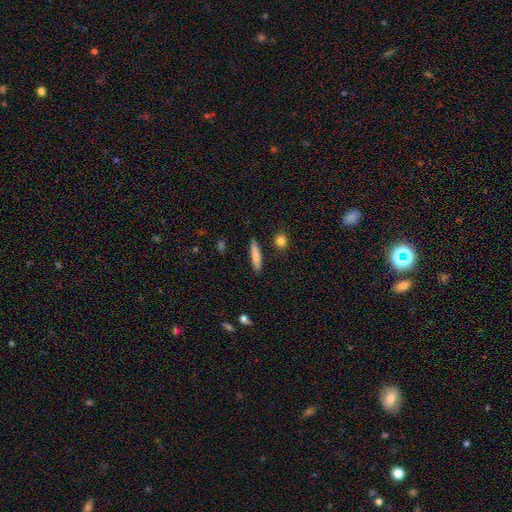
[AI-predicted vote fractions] smooth_or_featured: smooth (p=0.79) [alt: featured or disk p=0.14]
how_rounded: cigar-shaped (p=0.85) [alt: in between p=0.13]
merging: none (p=0.87) [alt: minor disturbance p=0.09]